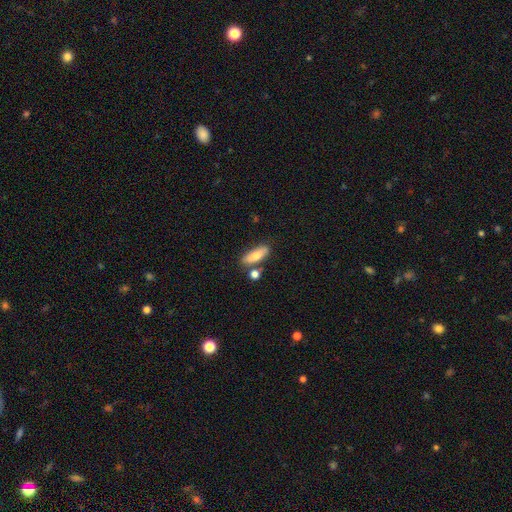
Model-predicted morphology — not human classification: type=smooth (73%); roundness=in between (63%); merging=none (71%).